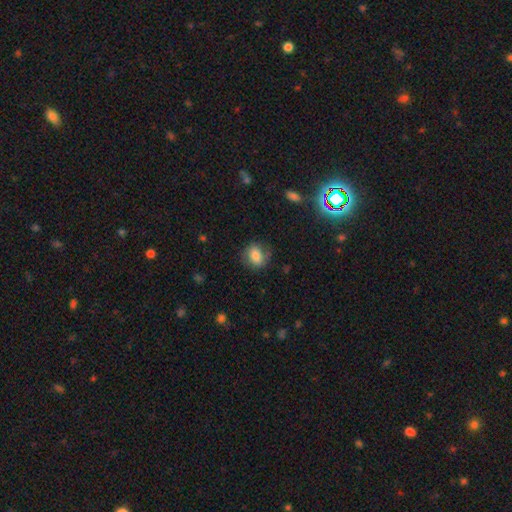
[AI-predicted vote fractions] Smooth or featured?
  - smooth: 74% *
  - featured or disk: 16%
  - star or artifact: 9%
How rounded?
  - round: 50% *
  - in between: 49%
  - cigar-shaped: 1%
Merging?
  - none: 72% *
  - minor disturbance: 19%
  - major disturbance: 8%
  - merger: 2%